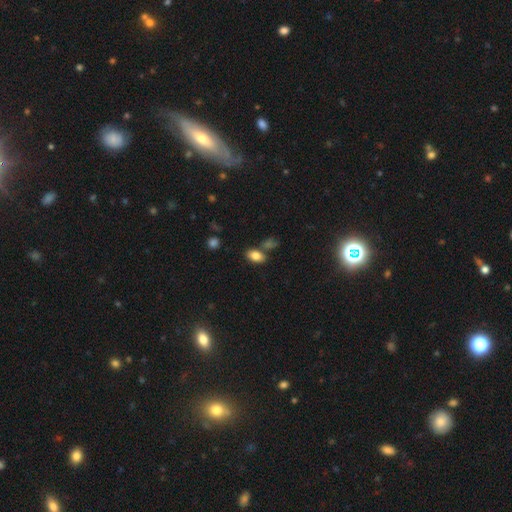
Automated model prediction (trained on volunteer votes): Smooth or featured? Predicted: smooth (p=0.83). How rounded? Predicted: in between (p=0.90). Merging? Predicted: none (p=0.72).